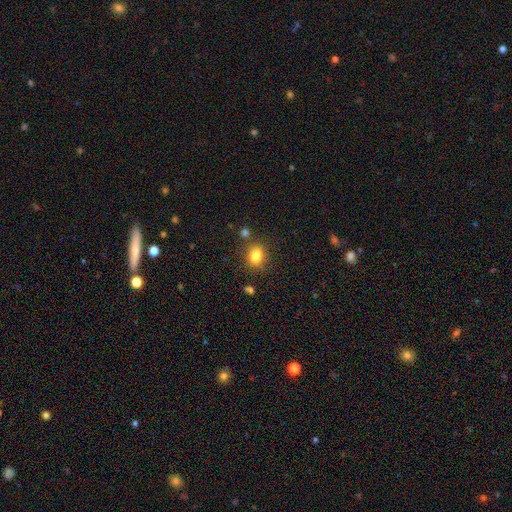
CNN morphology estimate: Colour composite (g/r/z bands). It shows a smooth galaxy with no disk features (83%) that is in between round and cigar-shaped (54%). Merging: none (79%).